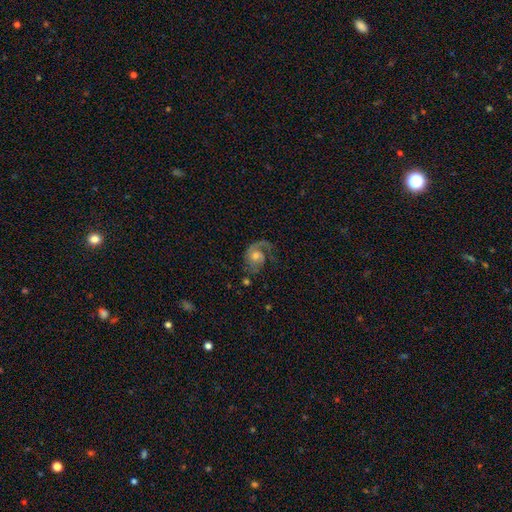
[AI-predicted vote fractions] Morphology: type=featured or disk (80%); edge-on=no (98%); bar=no (71%); spiral arms=yes (95%); winding=medium (45%); arm count=2 (47%); bulge=moderate (55%); merging=none (58%).